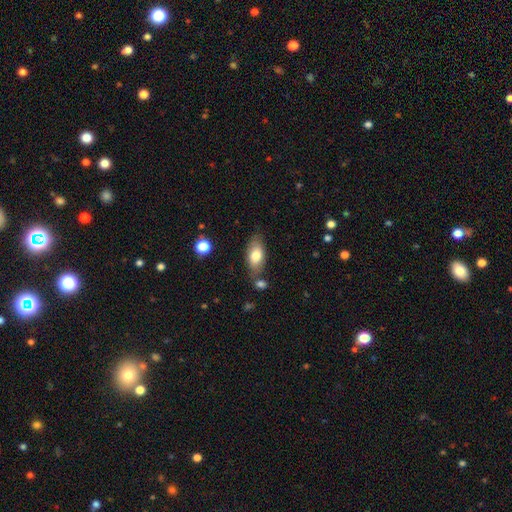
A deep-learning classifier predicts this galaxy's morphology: A smooth galaxy with no disk features (76%) that is in between round and cigar-shaped (89%).

Vote fractions:
- Smooth or featured? smooth: 76% / featured or disk: 17% / star or artifact: 7%
- How rounded? in between: 89% / cigar-shaped: 7% / round: 4%
- Merging? none: 72% / minor disturbance: 17% / merger: 8% / major disturbance: 4%